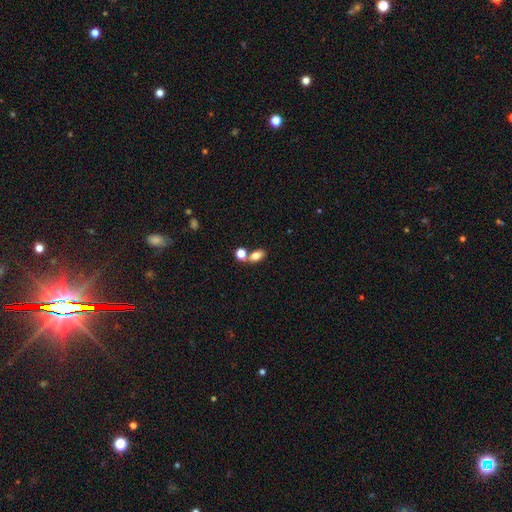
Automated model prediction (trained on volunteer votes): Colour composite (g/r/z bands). It shows a smooth galaxy with no disk features (79%) that is in between round and cigar-shaped (84%). Merging: none (58%).